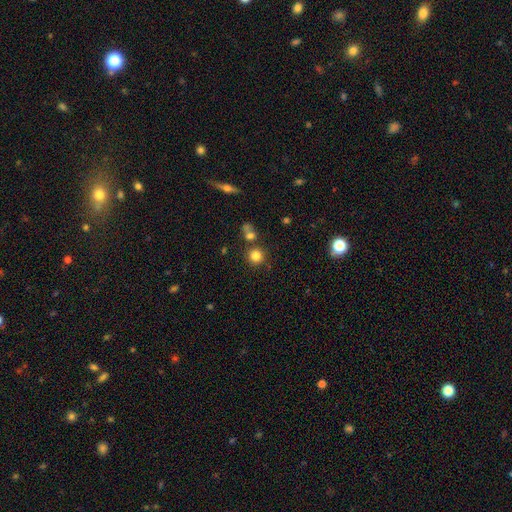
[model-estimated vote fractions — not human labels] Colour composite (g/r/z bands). It shows a smooth galaxy with no disk features (80%) that is round (93%). Merging: none (76%).